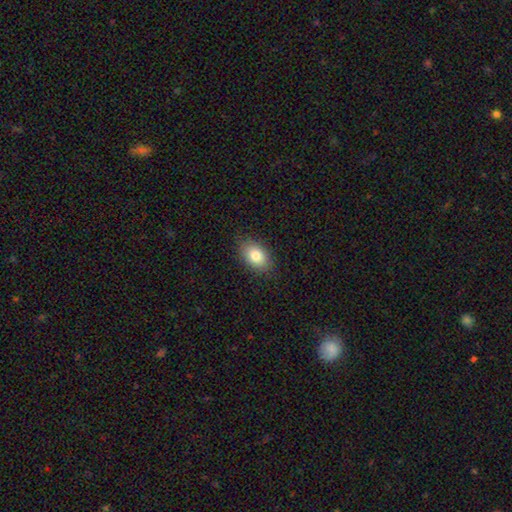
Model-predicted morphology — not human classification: type=smooth (83%); roundness=in between (88%); merging=none (86%).